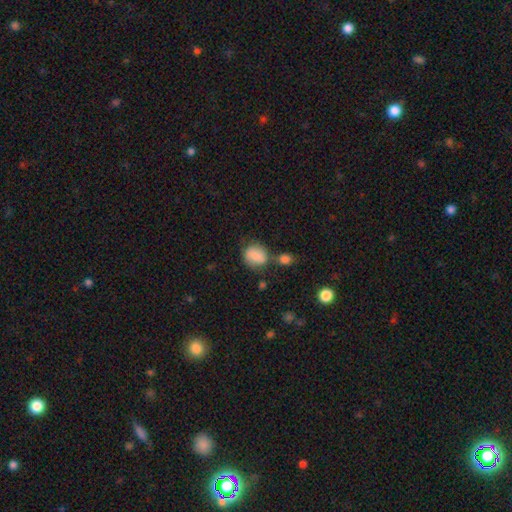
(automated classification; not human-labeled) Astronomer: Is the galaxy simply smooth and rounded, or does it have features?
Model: smooth — 81%.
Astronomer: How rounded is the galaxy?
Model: round — 61% (runner-up: in between, 38%).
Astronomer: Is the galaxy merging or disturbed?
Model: none — 54%.